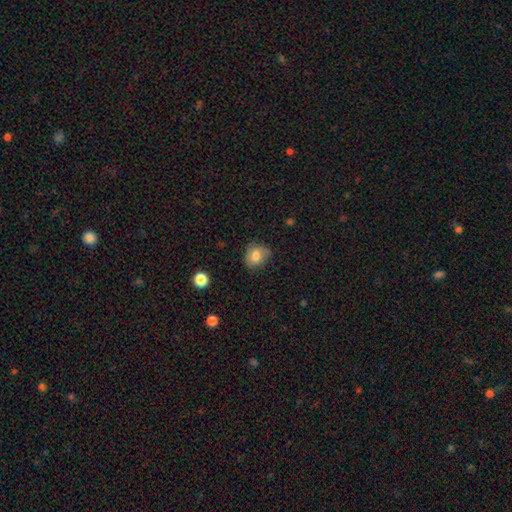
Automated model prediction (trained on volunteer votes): Morphology: type=smooth (78%); roundness=round (61%); merging=none (64%).